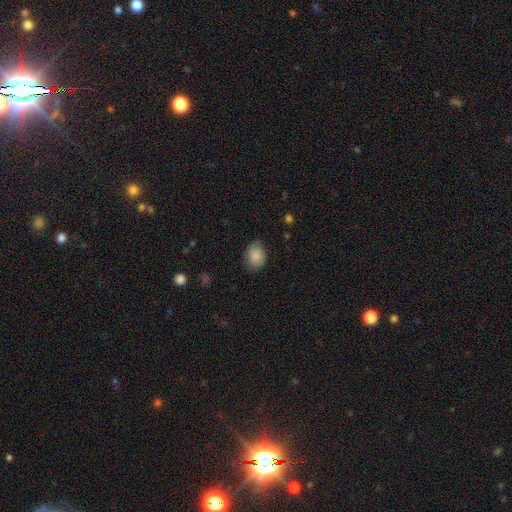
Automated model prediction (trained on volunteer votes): A smooth galaxy with no disk features (85%) that is in between round and cigar-shaped (72%). Merging: none (75%).